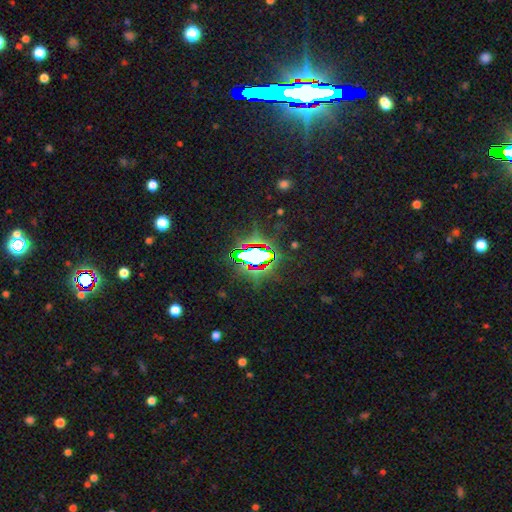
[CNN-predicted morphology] type=star or artifact (70%).